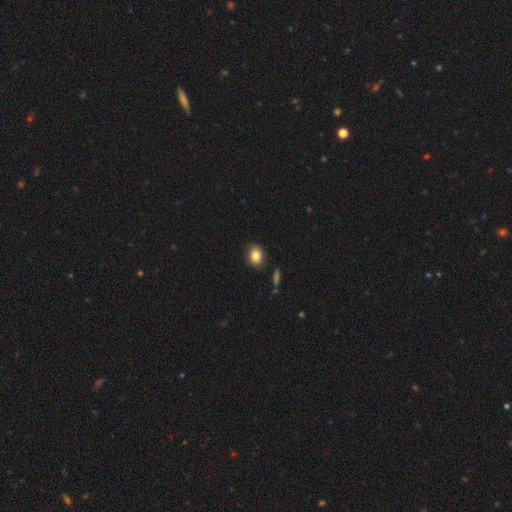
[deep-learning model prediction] smooth_or_featured: smooth (p=0.85) [alt: star or artifact p=0.09]
how_rounded: in between (p=0.49) [tied with: round p=0.49]
merging: none (p=0.86) [alt: minor disturbance p=0.09]